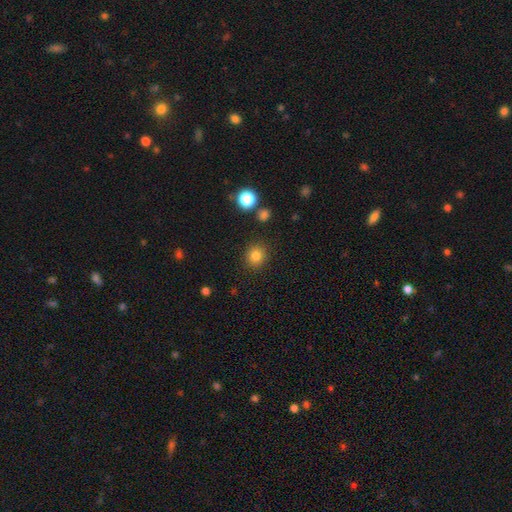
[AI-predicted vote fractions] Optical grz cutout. It shows a smooth galaxy with no disk features (83%) that is round (84%). Merging: none (89%).